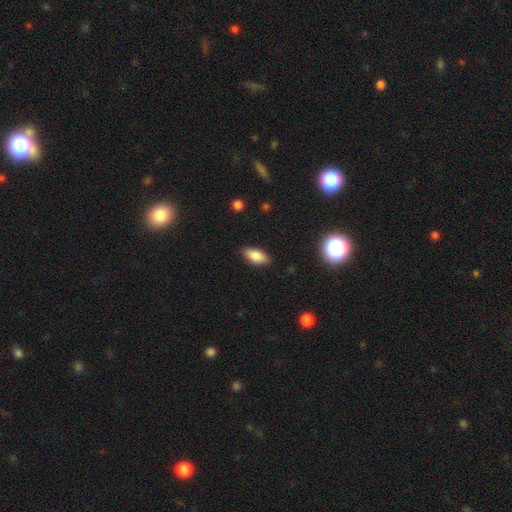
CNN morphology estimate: Q: Smooth or featured?
A: smooth (82%); runner-up: featured or disk (10%)
Q: How rounded?
A: in between (89%); runner-up: cigar-shaped (8%)
Q: Merging?
A: none (87%); runner-up: minor disturbance (10%)